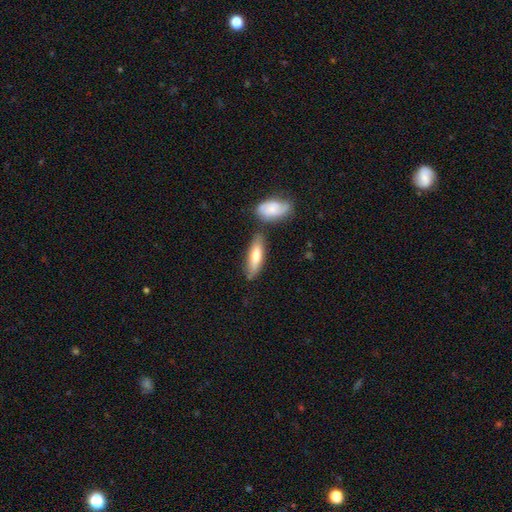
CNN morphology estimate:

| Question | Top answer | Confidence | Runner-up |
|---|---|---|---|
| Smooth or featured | smooth | 67% | featured or disk (27%) |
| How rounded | cigar-shaped | 51% | in between (47%) |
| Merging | none | 69% | minor disturbance (16%) |